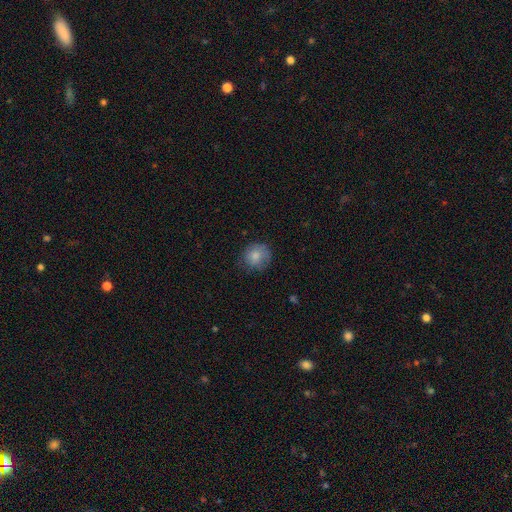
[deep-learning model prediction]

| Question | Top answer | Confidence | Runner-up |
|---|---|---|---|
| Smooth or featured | smooth | 82% | featured or disk (10%) |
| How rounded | round | 87% | in between (12%) |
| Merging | none | 72% | minor disturbance (21%) |